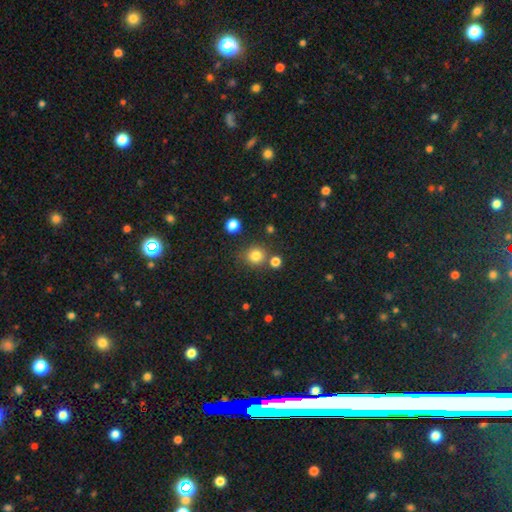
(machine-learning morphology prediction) smooth_or_featured: smooth (p=0.80) [alt: star or artifact p=0.14]
how_rounded: round (p=0.91) [alt: in between p=0.08]
merging: none (p=0.79) [alt: merger p=0.10]